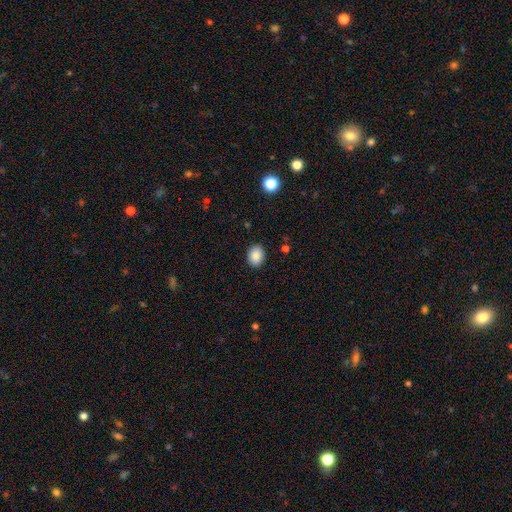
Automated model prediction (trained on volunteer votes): smooth_or_featured: smooth (p=0.87) [alt: star or artifact p=0.08]
how_rounded: in between (p=0.63) [alt: round p=0.36]
merging: none (p=0.89) [alt: minor disturbance p=0.08]